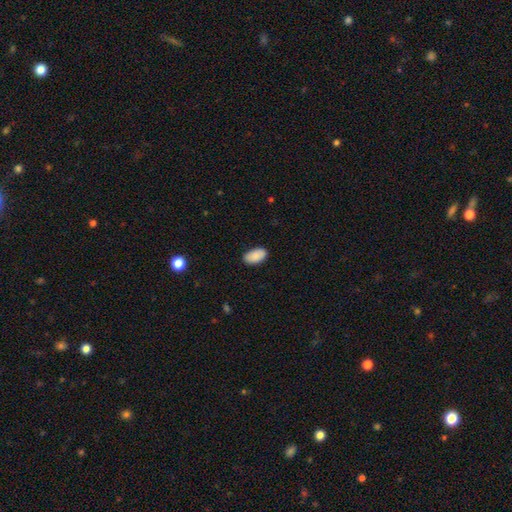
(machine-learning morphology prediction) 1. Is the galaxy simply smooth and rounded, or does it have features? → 89% smooth, 6% star or artifact, 5% featured or disk.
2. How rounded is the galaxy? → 95% in between, 3% round, 2% cigar-shaped.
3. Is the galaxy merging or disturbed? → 87% none, 10% minor disturbance, 2% major disturbance, 1% merger.